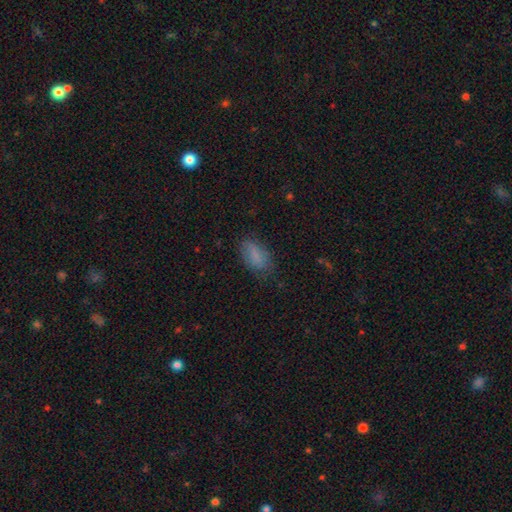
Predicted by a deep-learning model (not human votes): This appears to be a smooth galaxy with no disk features (83%) that is in between round and cigar-shaped (92%). Merging: none (74%).